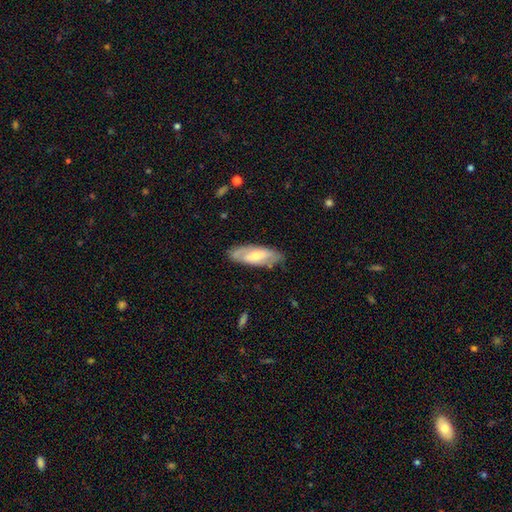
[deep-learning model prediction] A featured or disk galaxy (52%). Merging: none (78%).